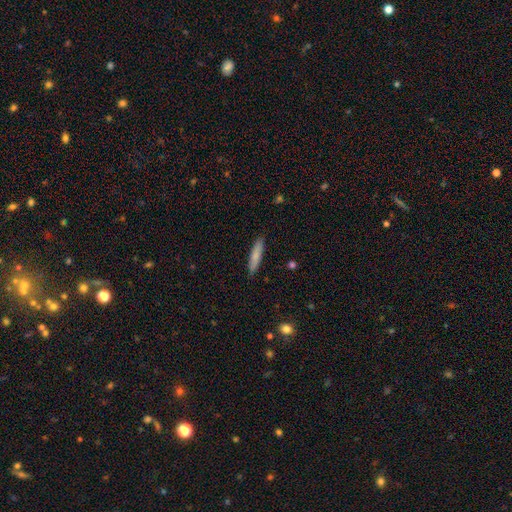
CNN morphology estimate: Smooth or featured?
  - smooth: 78% *
  - featured or disk: 16%
  - star or artifact: 6%
How rounded?
  - cigar-shaped: 86% *
  - in between: 13%
  - round: 1%
Merging?
  - none: 88% *
  - minor disturbance: 10%
  - major disturbance: 2%
  - merger: 1%